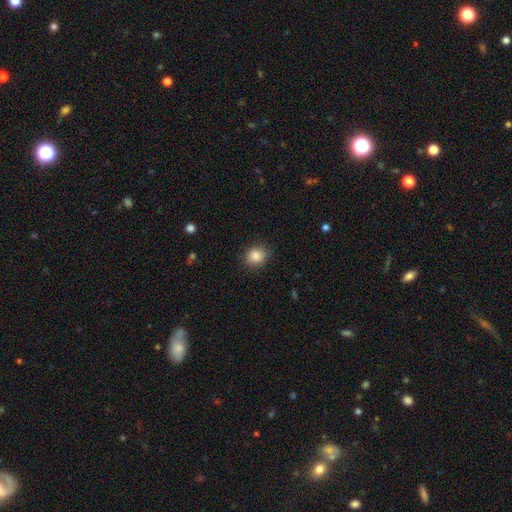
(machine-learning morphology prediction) type=smooth (86%); roundness=round (77%); merging=none (86%).